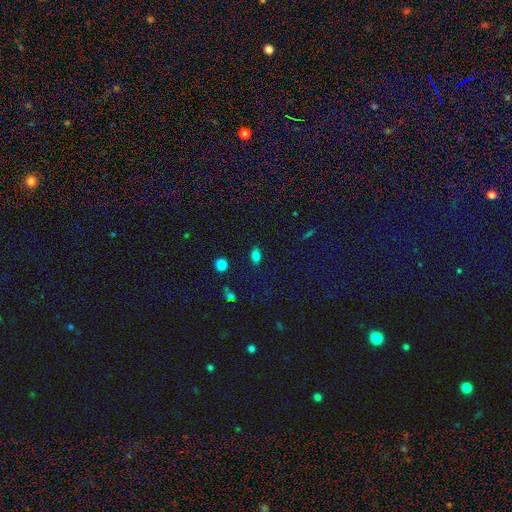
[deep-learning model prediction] Morphology: type=smooth (78%); roundness=in between (82%); merging=none (85%).